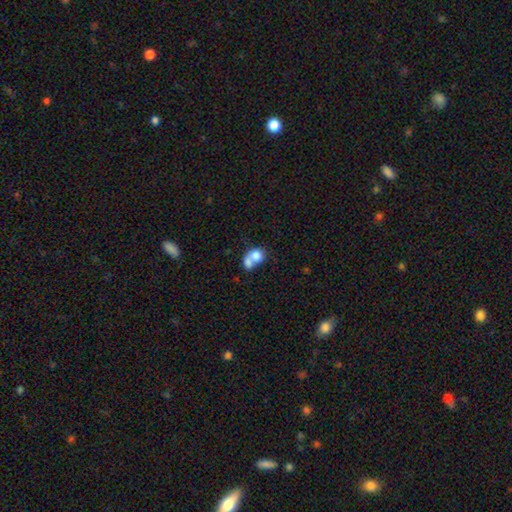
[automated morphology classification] A smooth galaxy with no disk features (74%) that is round (55%).

Vote fractions:
- Smooth or featured? smooth: 74% / featured or disk: 18% / star or artifact: 9%
- How rounded? round: 55% / in between: 44% / cigar-shaped: 1%
- Merging? merger: 70% / none: 18% / minor disturbance: 7% / major disturbance: 5%